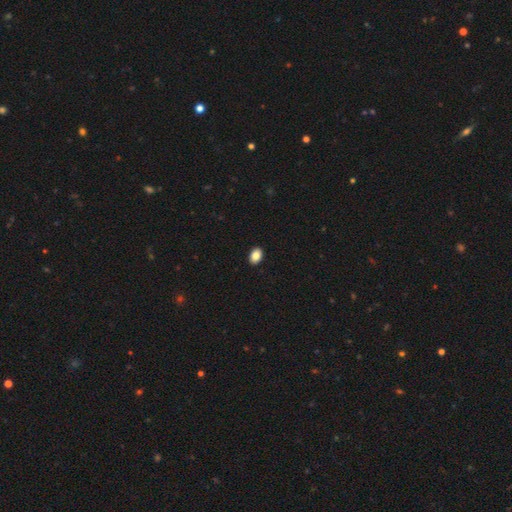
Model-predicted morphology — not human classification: The model was most divided on "how rounded": in between: 80%, round: 19%, cigar-shaped: 1%. More confident: merging — none (92%); smooth or featured — smooth (87%).